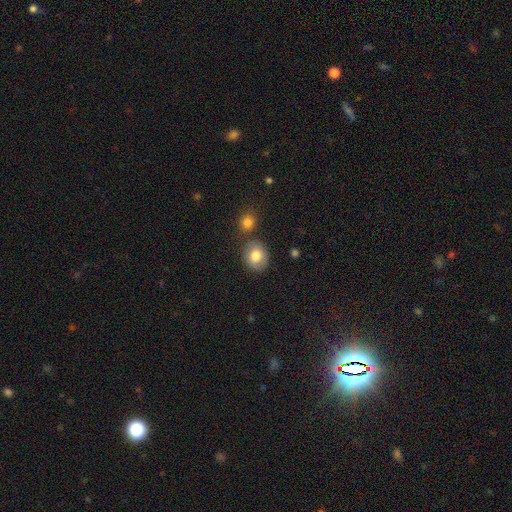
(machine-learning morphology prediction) Smooth or featured: smooth — 81% (featured or disk — 11%)
How rounded: round — 63% (in between — 36%)
Merging: none — 74% (minor disturbance — 12%)